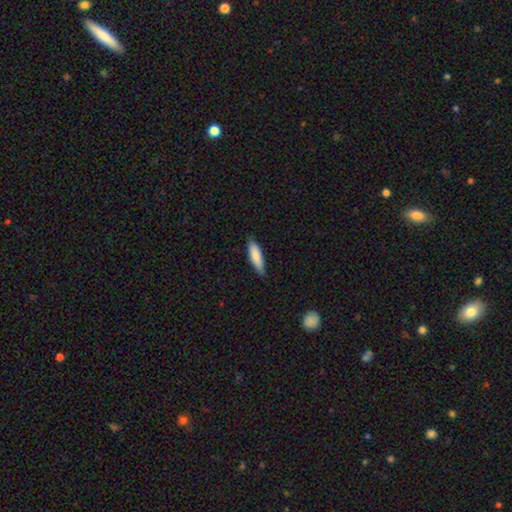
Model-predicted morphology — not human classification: smooth-or-featured: smooth: 84% | featured or disk: 11% | star or artifact: 5%
  how-rounded: cigar-shaped: 64% | in between: 34% | round: 1%
  merging: none: 84% | minor disturbance: 13% | major disturbance: 2% | merger: 1%